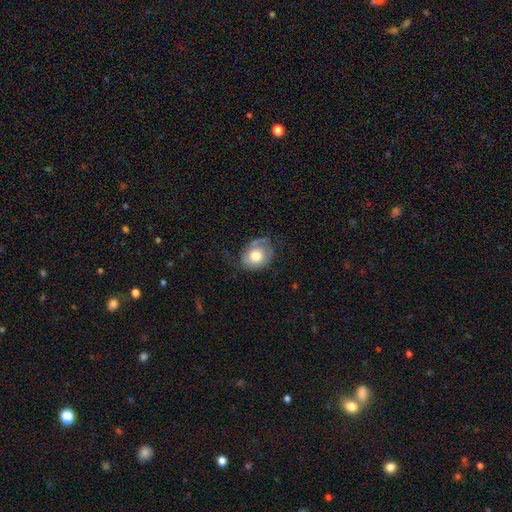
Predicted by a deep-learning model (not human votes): Smooth or featured: smooth — 60% (featured or disk — 33%)
How rounded: round — 55% (in between — 44%)
Merging: none — 50% (minor disturbance — 31%)